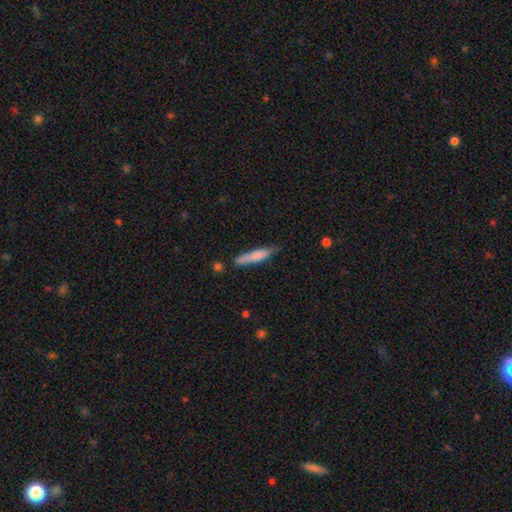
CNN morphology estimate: A smooth galaxy with no disk features (76%) that is cigar-shaped (87%). Merging: none (72%).